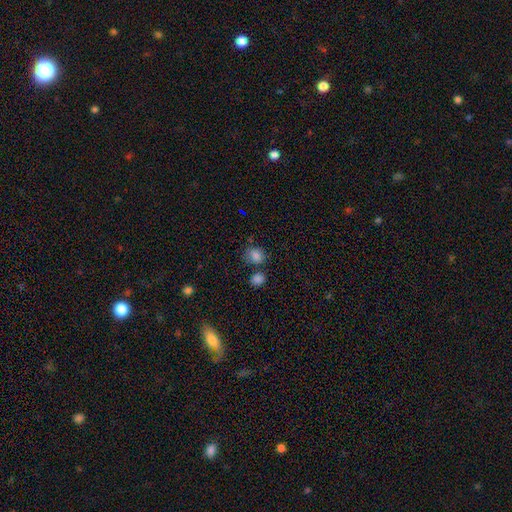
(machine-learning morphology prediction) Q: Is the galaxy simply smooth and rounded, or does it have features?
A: smooth — 83%.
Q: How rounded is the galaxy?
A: round — 58%.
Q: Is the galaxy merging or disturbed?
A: none — 62%.